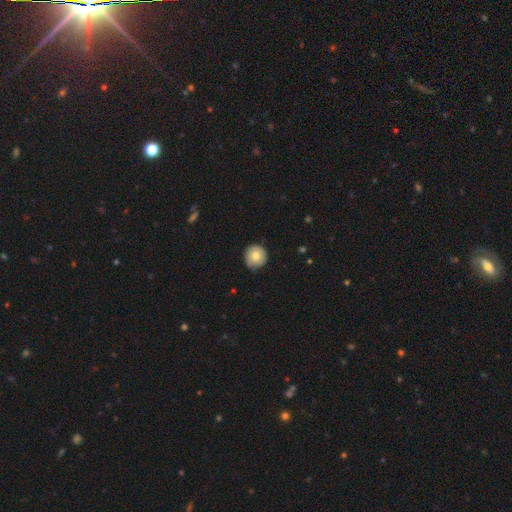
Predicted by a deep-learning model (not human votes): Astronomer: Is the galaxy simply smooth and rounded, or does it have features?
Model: smooth — 75%.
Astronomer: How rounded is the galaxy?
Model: round — 94%.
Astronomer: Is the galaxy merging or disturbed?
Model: none — 84%.